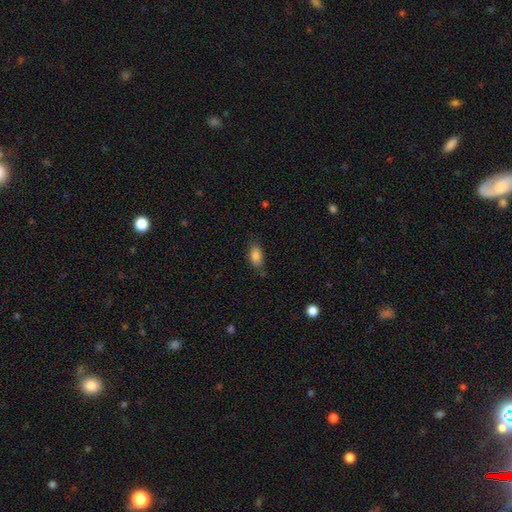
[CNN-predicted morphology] smooth-or-featured: smooth: 85% | star or artifact: 8% | featured or disk: 7%
  how-rounded: in between: 89% | round: 6% | cigar-shaped: 5%
  merging: none: 74% | minor disturbance: 19% | major disturbance: 4% | merger: 3%